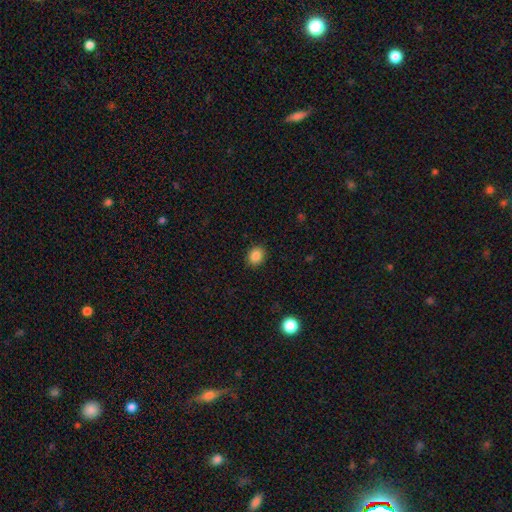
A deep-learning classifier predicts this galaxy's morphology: This appears to be a smooth galaxy with no disk features (85%) that is round (62%). Merging: none (90%).